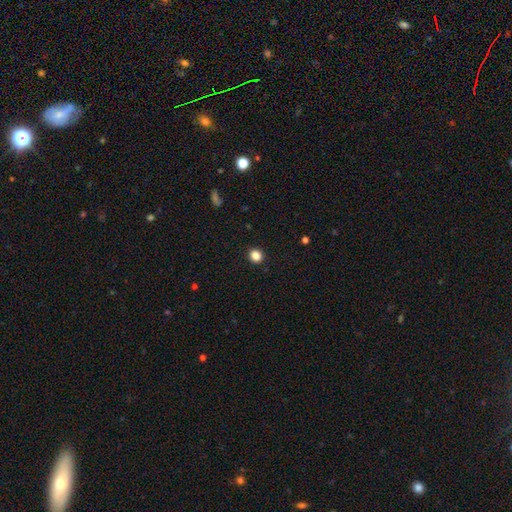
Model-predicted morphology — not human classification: type=smooth (85%); roundness=round (88%); merging=none (93%).